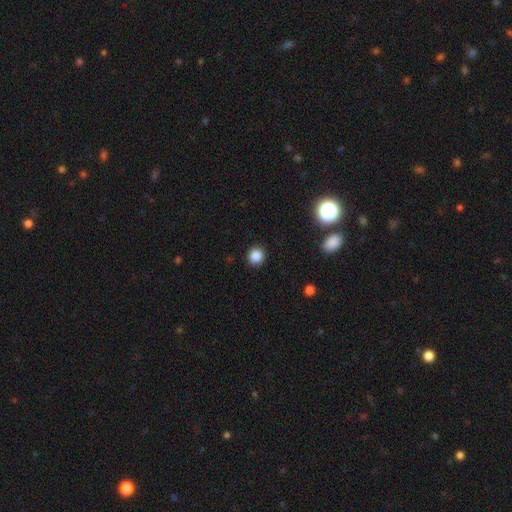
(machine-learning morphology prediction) Smooth or featured?
  - smooth: 85% *
  - star or artifact: 11%
  - featured or disk: 4%
How rounded?
  - round: 89% *
  - in between: 11%
  - cigar-shaped: 1%
Merging?
  - none: 92% *
  - minor disturbance: 5%
  - major disturbance: 2%
  - merger: 1%